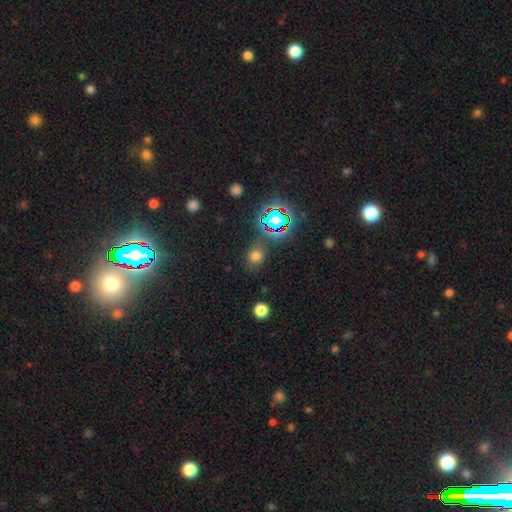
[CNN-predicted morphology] This appears to be a smooth galaxy with no disk features (64%) that is round (64%). Merging: none (76%).